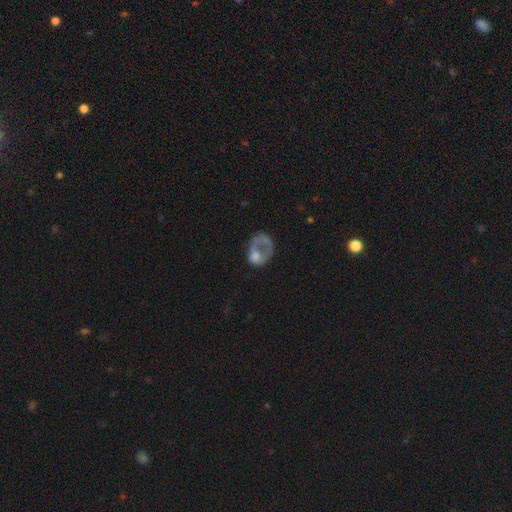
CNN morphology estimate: smooth_or_featured: smooth (p=0.48) [alt: featured or disk p=0.41]
merging: major disturbance (p=0.51) [alt: none p=0.26]